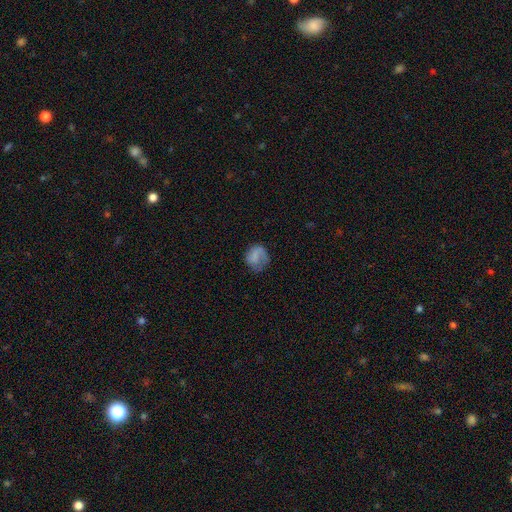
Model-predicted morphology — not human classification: This appears to be a smooth galaxy with no disk features (63%) that is round (66%). Merging: none (49%).